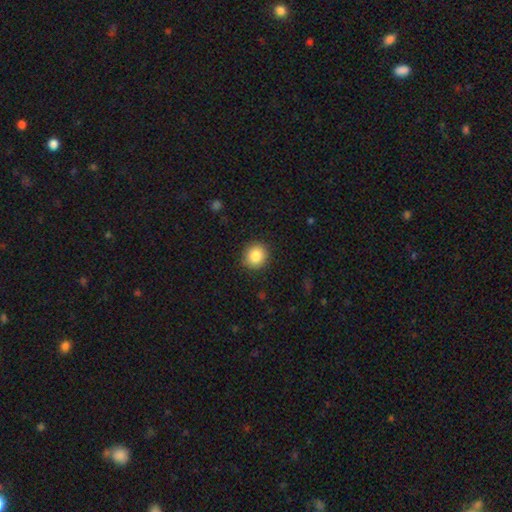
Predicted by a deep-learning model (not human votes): A smooth galaxy with no disk features (86%) that is round (86%).

Vote fractions:
- Smooth or featured? smooth: 86% / star or artifact: 9% / featured or disk: 5%
- How rounded? round: 86% / in between: 13% / cigar-shaped: 1%
- Merging? none: 90% / minor disturbance: 7% / major disturbance: 2% / merger: 1%